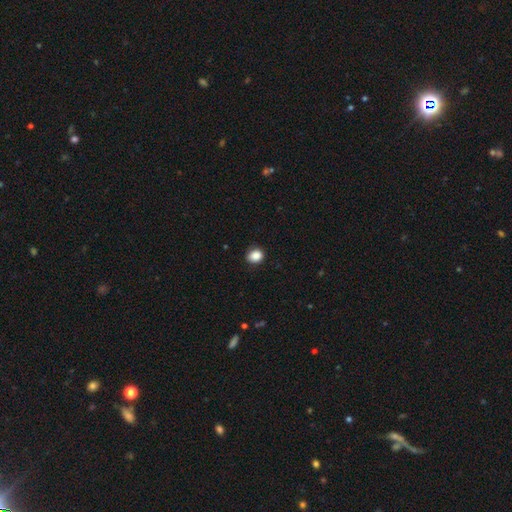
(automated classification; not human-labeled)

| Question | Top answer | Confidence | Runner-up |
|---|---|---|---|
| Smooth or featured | smooth | 88% | star or artifact (9%) |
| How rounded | round | 58% | in between (41%) |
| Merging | none | 86% | minor disturbance (10%) |